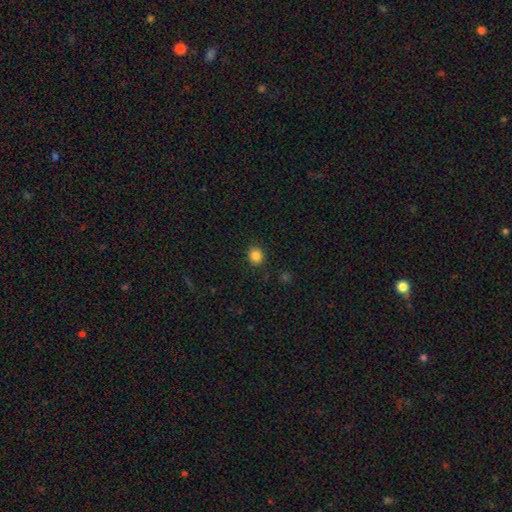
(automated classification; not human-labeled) A smooth galaxy with no disk features (84%) that is round (83%).

Vote fractions:
- Smooth or featured? smooth: 84% / star or artifact: 12% / featured or disk: 4%
- How rounded? round: 83% / in between: 16% / cigar-shaped: 1%
- Merging? none: 90% / minor disturbance: 7% / major disturbance: 2% / merger: 1%